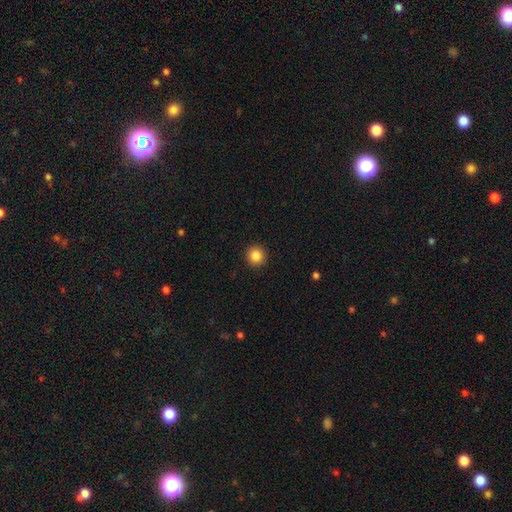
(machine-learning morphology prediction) A smooth galaxy with no disk features (86%) that is round (93%).

Vote fractions:
- Smooth or featured? smooth: 86% / star or artifact: 10% / featured or disk: 4%
- How rounded? round: 93% / in between: 6% / cigar-shaped: 1%
- Merging? none: 93% / minor disturbance: 5% / major disturbance: 2% / merger: 1%